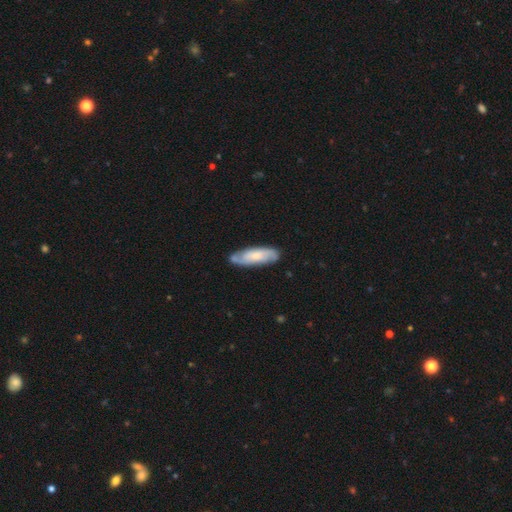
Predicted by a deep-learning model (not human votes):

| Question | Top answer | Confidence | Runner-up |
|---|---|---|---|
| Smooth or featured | featured or disk | 48% | smooth (46%) |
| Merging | none | 72% | minor disturbance (19%) |